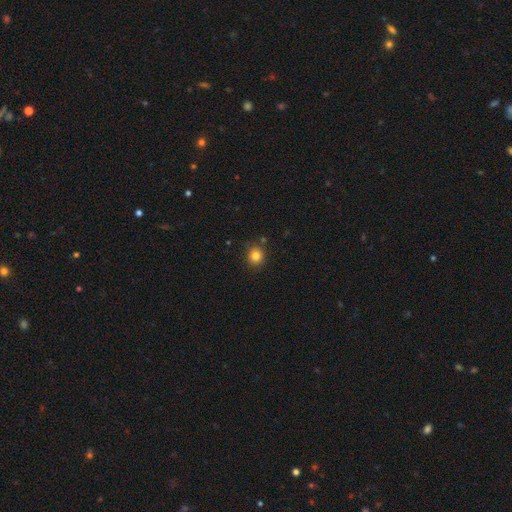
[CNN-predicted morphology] Smooth or featured? Predicted: smooth (p=0.82). How rounded? Predicted: round (p=0.85). Merging? Predicted: none (p=0.85).